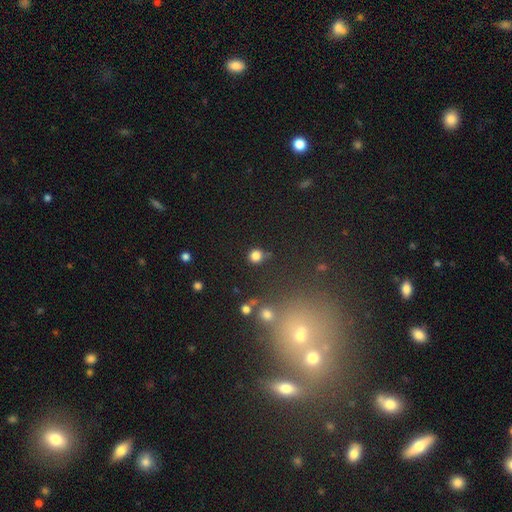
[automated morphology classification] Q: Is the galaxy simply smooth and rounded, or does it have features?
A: smooth — 81%.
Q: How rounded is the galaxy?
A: round — 87%.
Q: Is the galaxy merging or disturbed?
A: none — 80%.